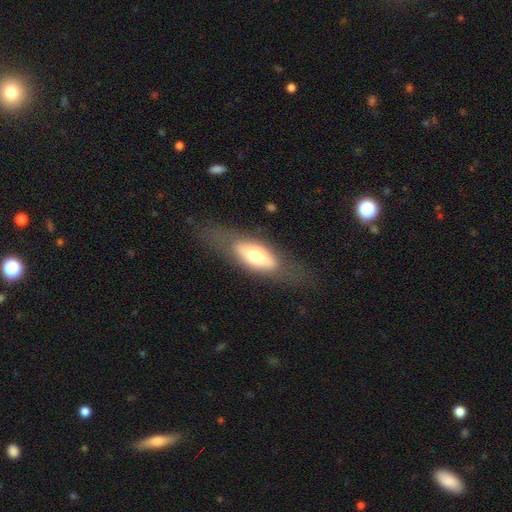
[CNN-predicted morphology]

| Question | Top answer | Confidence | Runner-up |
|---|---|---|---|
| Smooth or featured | smooth | 57% | featured or disk (37%) |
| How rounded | in between | 75% | cigar-shaped (22%) |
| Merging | none | 65% | minor disturbance (19%) |